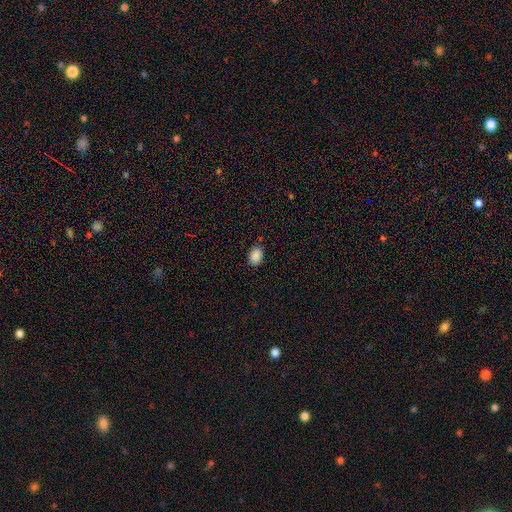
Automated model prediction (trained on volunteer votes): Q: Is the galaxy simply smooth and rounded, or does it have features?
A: smooth — 89%.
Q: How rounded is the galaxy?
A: in between — 79%.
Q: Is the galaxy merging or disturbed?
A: none — 85%.